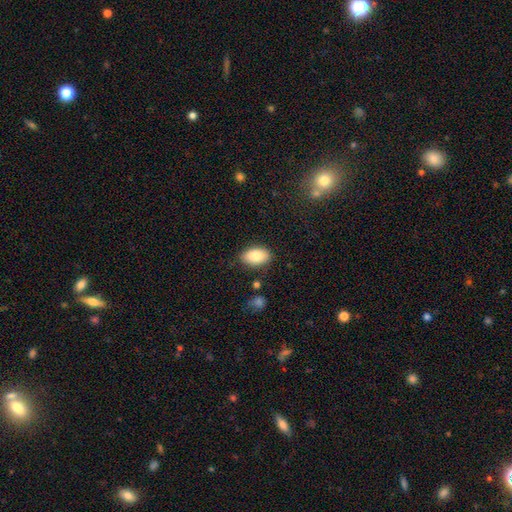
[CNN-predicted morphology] A smooth galaxy with no disk features (84%) that is in between round and cigar-shaped (93%). Merging: none (83%).